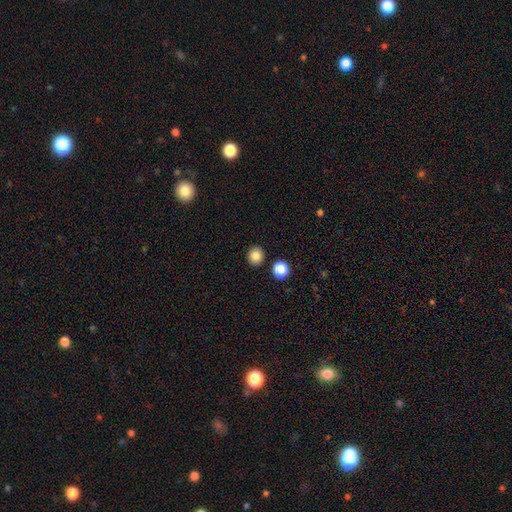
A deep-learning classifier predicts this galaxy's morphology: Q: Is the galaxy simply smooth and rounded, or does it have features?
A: smooth — 85%.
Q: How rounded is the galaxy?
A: round — 85%.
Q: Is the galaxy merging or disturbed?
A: none — 89%.